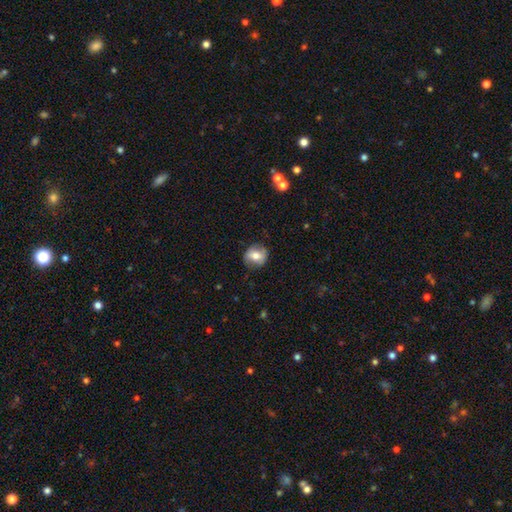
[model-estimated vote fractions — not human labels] Smooth or featured? Predicted: smooth (p=0.65). How rounded? Predicted: round (p=0.75). Merging? Predicted: none (p=0.78).